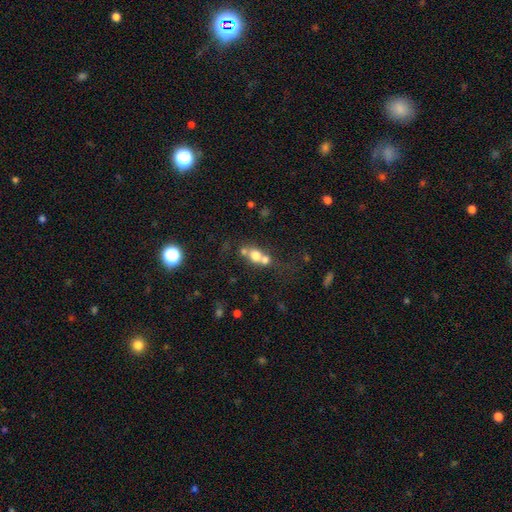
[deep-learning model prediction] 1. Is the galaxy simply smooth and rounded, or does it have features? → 65% smooth, 21% featured or disk, 14% star or artifact.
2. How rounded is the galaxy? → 64% round, 33% in between, 2% cigar-shaped.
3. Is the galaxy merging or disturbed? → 56% merger, 32% none, 7% minor disturbance, 5% major disturbance.